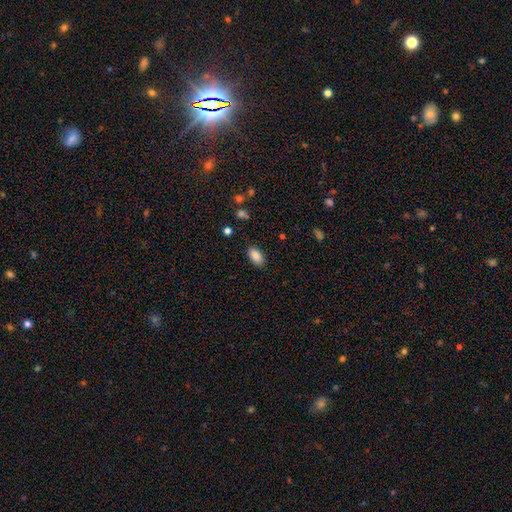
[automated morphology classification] The model was most divided on "merging": none: 86%, minor disturbance: 10%, major disturbance: 3%, merger: 1%. More confident: how rounded — in between (93%); smooth or featured — smooth (88%).